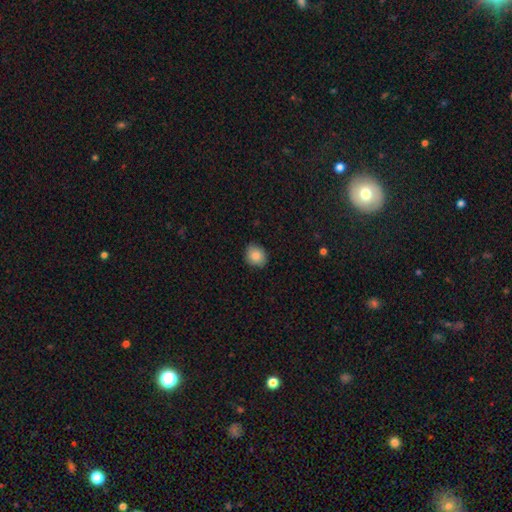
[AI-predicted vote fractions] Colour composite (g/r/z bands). It shows a smooth galaxy with no disk features (87%) that is round (65%). Merging: none (85%).